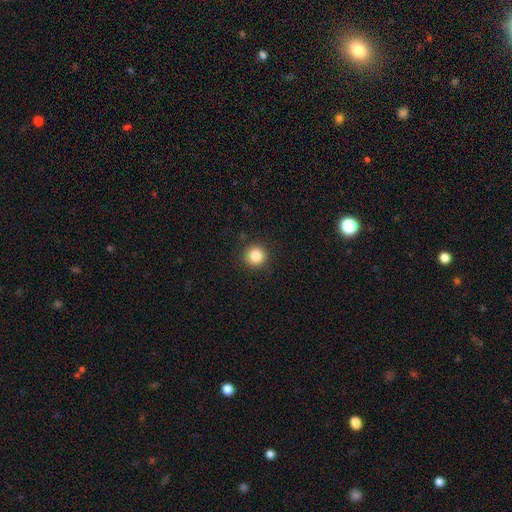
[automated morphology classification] Smooth or featured?
  - smooth: 84% *
  - star or artifact: 11%
  - featured or disk: 5%
How rounded?
  - round: 93% *
  - in between: 6%
  - cigar-shaped: 1%
Merging?
  - none: 91% *
  - minor disturbance: 6%
  - major disturbance: 2%
  - merger: 1%